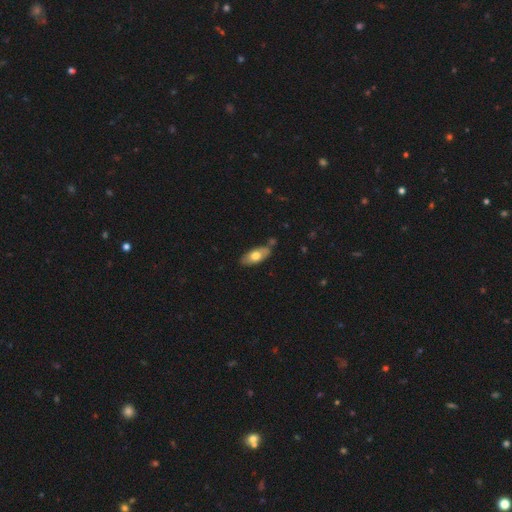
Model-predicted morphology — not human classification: Smooth or featured?
  - smooth: 64% *
  - featured or disk: 30%
  - star or artifact: 6%
How rounded?
  - in between: 85% *
  - cigar-shaped: 12%
  - round: 3%
Merging?
  - none: 75% *
  - minor disturbance: 16%
  - merger: 6%
  - major disturbance: 3%